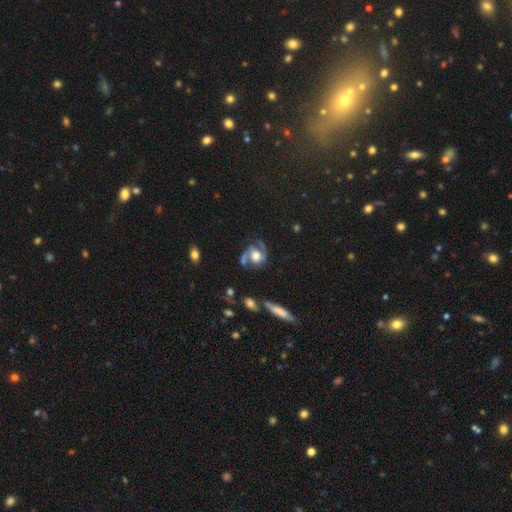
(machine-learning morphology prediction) Overall: featured or disk (75%). Edge-on disk: no (97%). Bar: no (66%; weak 26%). Spiral arms: yes (90%). Spiral arm count: 2 (87%). Spiral winding: medium (51%; loose 26%). Bulge size: large (55%; moderate 28%). Merging: none (51%; minor disturbance 20%).